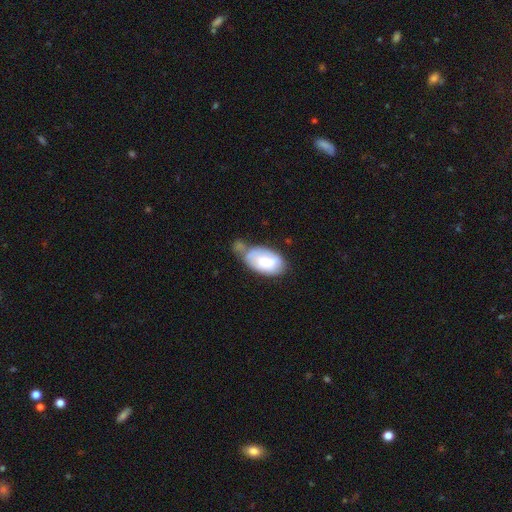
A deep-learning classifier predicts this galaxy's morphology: A smooth galaxy with no disk features (63%) that is in between round and cigar-shaped (92%).

Vote fractions:
- Smooth or featured? smooth: 63% / featured or disk: 29% / star or artifact: 8%
- How rounded? in between: 92% / round: 5% / cigar-shaped: 3%
- Merging? none: 32% / minor disturbance: 31% / merger: 25% / major disturbance: 12%